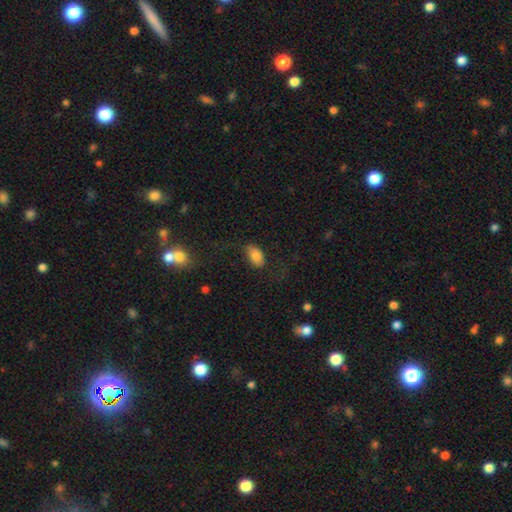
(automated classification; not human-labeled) Morphology: type=smooth (80%); roundness=in between (93%); merging=none (70%).